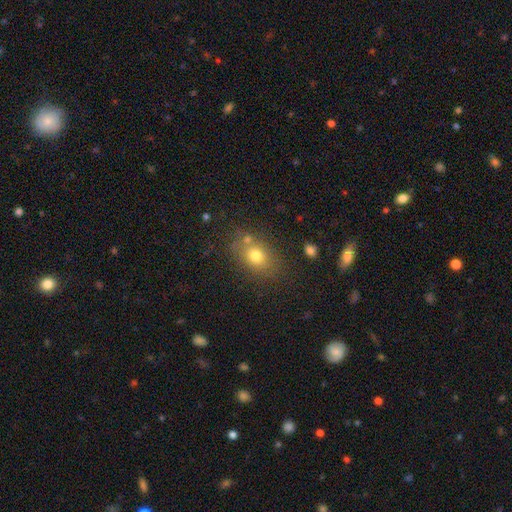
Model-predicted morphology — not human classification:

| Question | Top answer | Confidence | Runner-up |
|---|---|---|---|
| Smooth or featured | smooth | 74% | star or artifact (14%) |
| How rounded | in between | 60% | round (39%) |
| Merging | none | 74% | minor disturbance (13%) |